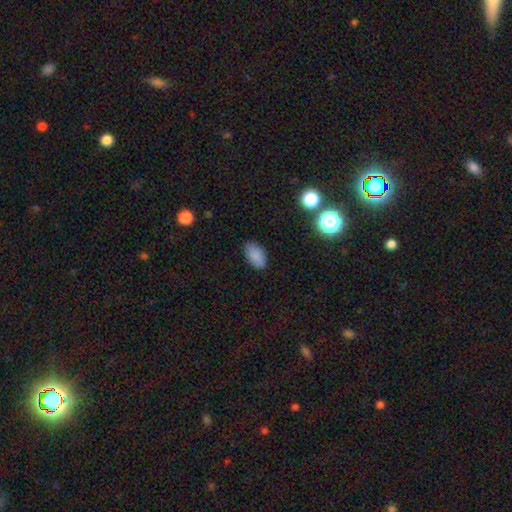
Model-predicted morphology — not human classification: smooth_or_featured: smooth (p=0.85) [alt: star or artifact p=0.10]
how_rounded: in between (p=0.93) [alt: round p=0.05]
merging: none (p=0.85) [alt: minor disturbance p=0.11]